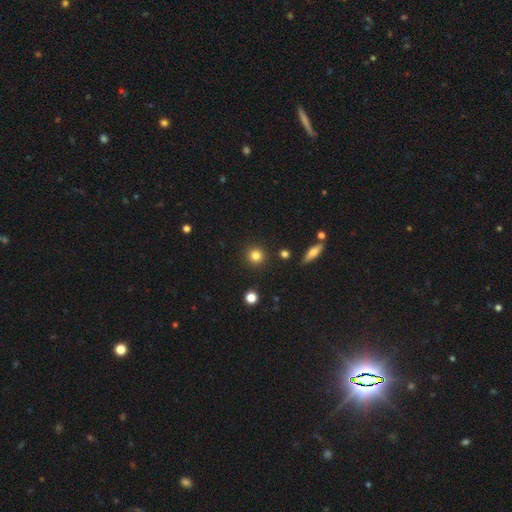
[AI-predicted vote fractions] Overall: smooth (83%). How rounded: round (93%). Merging: none (90%).